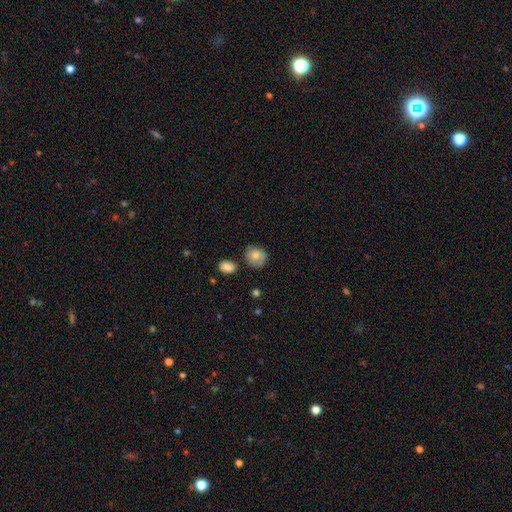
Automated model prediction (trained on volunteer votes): Morphology: type=smooth (73%); roundness=round (77%); merging=none (62%).